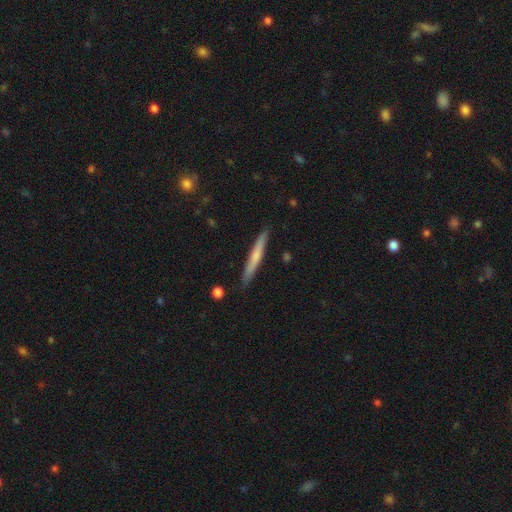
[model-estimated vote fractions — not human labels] smooth_or_featured: smooth (p=0.56) [alt: featured or disk p=0.38]
how_rounded: cigar-shaped (p=0.96) [alt: in between p=0.03]
merging: none (p=0.88) [alt: minor disturbance p=0.09]